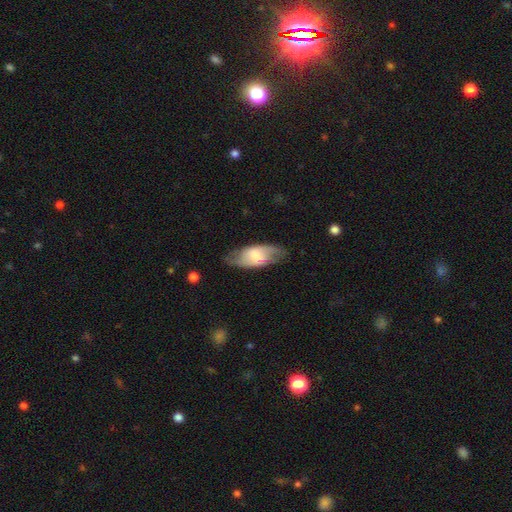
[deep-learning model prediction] Morphology: type=smooth (48%); merging=none (72%).